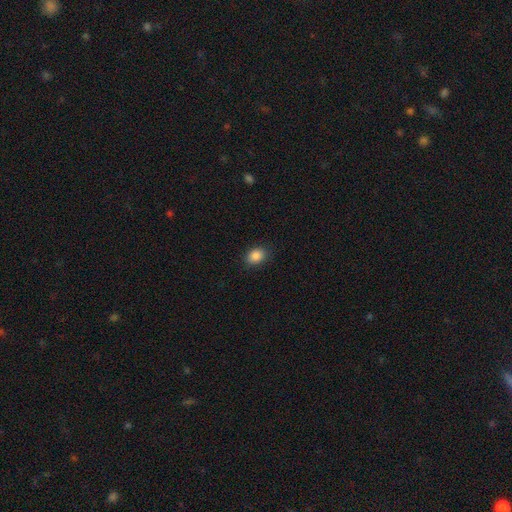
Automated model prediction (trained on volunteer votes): Smooth or featured?
  - smooth: 87% *
  - star or artifact: 9%
  - featured or disk: 4%
How rounded?
  - in between: 60% *
  - round: 39%
  - cigar-shaped: 1%
Merging?
  - none: 87% *
  - minor disturbance: 10%
  - major disturbance: 2%
  - merger: 1%